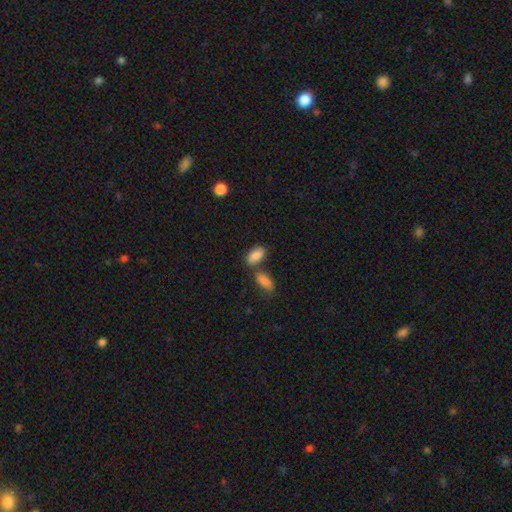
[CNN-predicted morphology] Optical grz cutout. It shows a smooth galaxy with no disk features (85%) that is in between round and cigar-shaped (90%). Merging: none (52%).